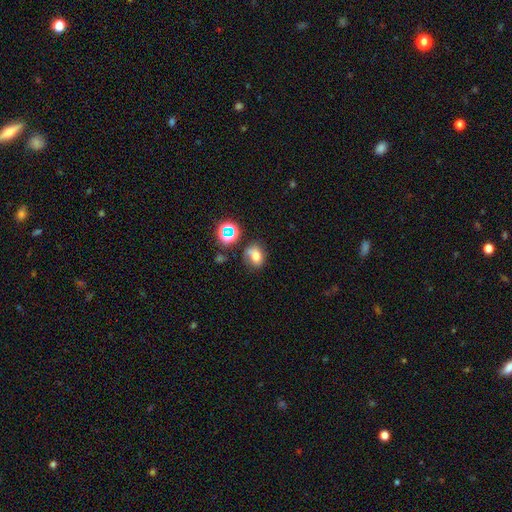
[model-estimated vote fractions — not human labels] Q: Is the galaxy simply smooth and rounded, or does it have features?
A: smooth — 66%.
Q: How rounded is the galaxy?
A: round — 52%.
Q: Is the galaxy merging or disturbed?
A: none — 53%.